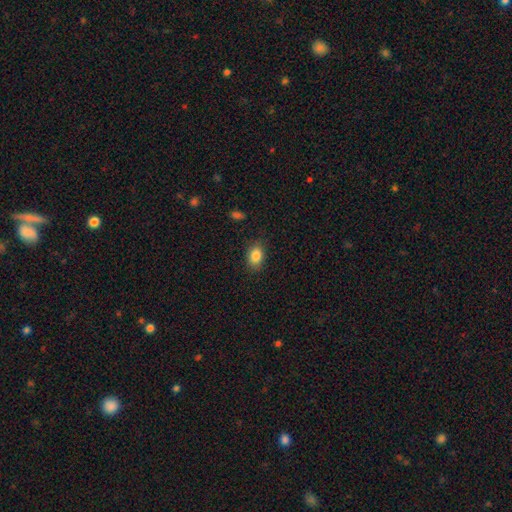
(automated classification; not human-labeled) Smooth or featured?
  - smooth: 85% *
  - star or artifact: 9%
  - featured or disk: 6%
How rounded?
  - in between: 79% *
  - round: 20%
  - cigar-shaped: 1%
Merging?
  - none: 85% *
  - minor disturbance: 11%
  - major disturbance: 3%
  - merger: 1%